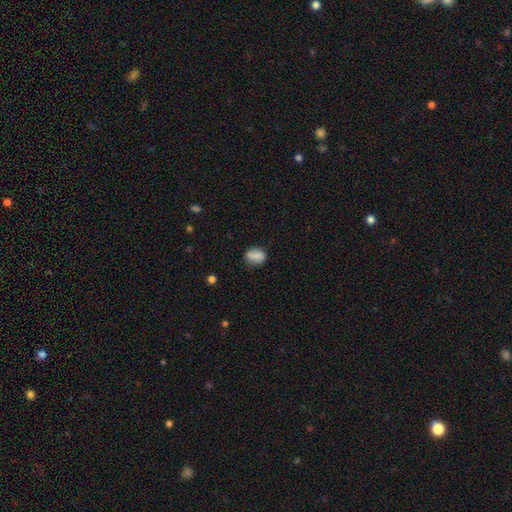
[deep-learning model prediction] A smooth galaxy with no disk features (80%) that is in between round and cigar-shaped (65%). Merging: none (73%).